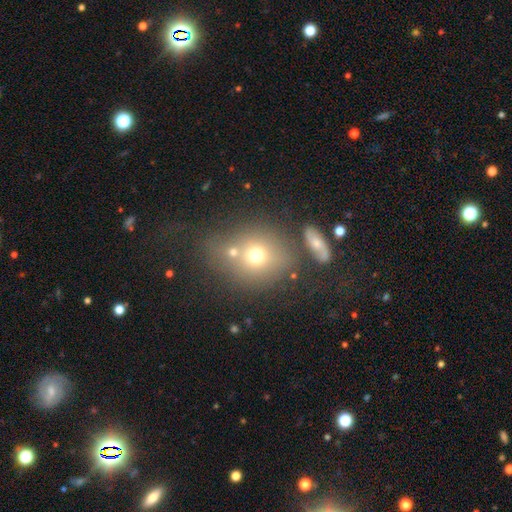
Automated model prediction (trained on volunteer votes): Smooth or featured? Predicted: smooth (p=0.66). How rounded? Predicted: round (p=0.78). Merging? Predicted: none (p=0.58).